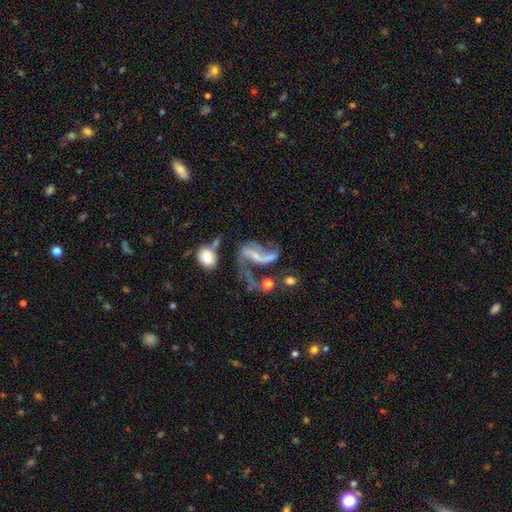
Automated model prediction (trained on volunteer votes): featured or disk 79%, smooth 11%, star or artifact 10%. Down the decision tree: edge-on disk — no (96%); bar — weak (35%); spiral arms — yes (86%); spiral arm count — 2 (80%); spiral winding — loose (78%); bulge size — small (42%); merging — major disturbance (37%).